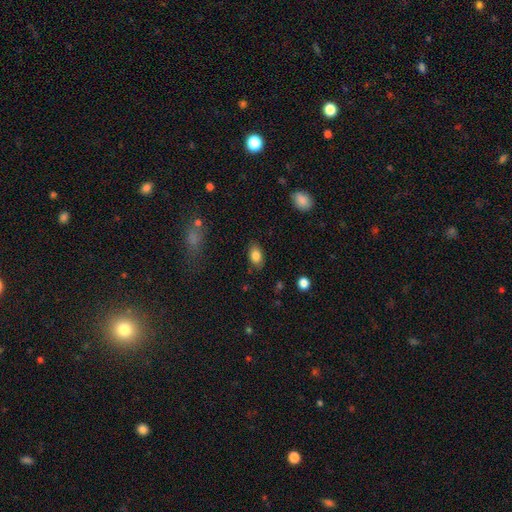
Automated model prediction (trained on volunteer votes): This is clearly a smooth galaxy (84%). How rounded: clearly in between (87%). Merging: clearly none (84%).